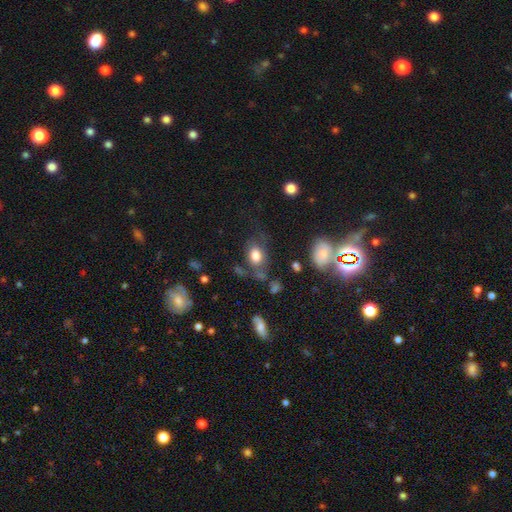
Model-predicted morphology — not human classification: Overall: smooth (77%). How rounded: in between (74%). Merging: none (56%; minor disturbance 22%).